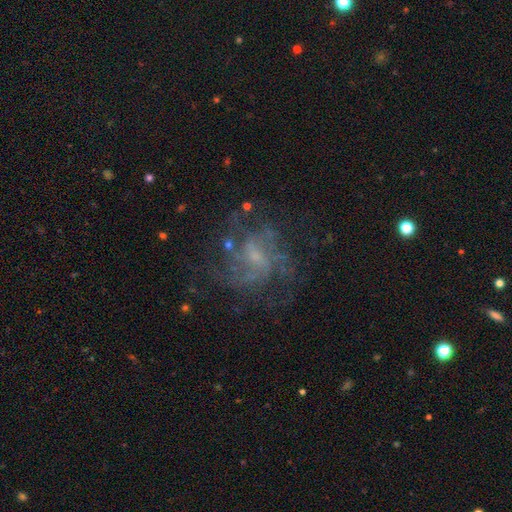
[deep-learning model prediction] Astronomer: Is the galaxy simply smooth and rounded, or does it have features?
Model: featured or disk — 74%.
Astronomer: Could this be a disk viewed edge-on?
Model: no — 98%.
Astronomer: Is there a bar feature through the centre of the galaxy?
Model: no — 52% (runner-up: weak, 42%).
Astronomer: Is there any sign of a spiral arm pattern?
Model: yes — 81%.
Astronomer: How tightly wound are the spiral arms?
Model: medium — 46% (runner-up: tight, 27%).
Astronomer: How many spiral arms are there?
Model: can't tell — 38% (runner-up: 3, 19%).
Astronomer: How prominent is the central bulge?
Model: small — 58%.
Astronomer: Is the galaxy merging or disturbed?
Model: none — 62%.